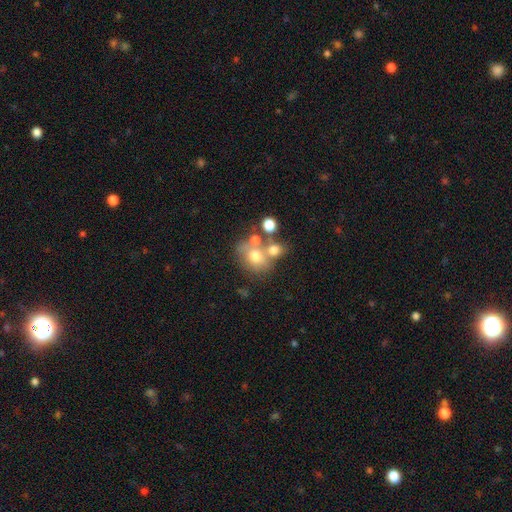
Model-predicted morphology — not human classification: smooth 63%, featured or disk 23%, star or artifact 14%. Down the decision tree: how rounded — round (61%); merging — none (40%, tied with merger).